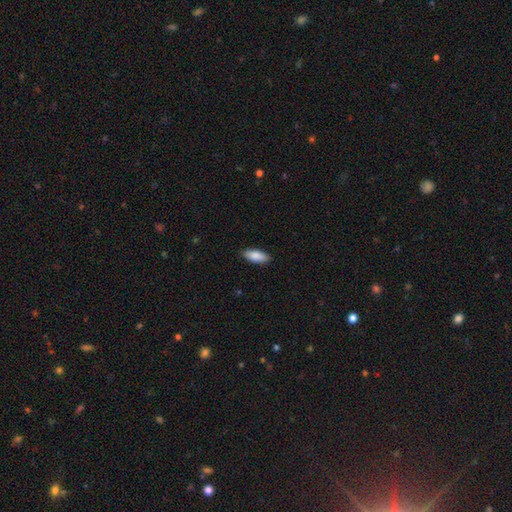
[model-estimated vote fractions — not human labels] The model was most divided on "how rounded": in between: 80%, cigar-shaped: 18%, round: 2%. More confident: merging — none (88%); smooth or featured — smooth (87%).